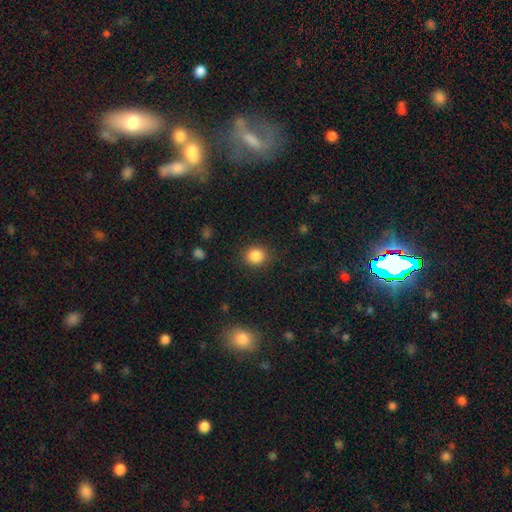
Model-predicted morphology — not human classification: smooth-or-featured: smooth: 86% | star or artifact: 10% | featured or disk: 4%
  how-rounded: round: 83% | in between: 16% | cigar-shaped: 1%
  merging: none: 87% | minor disturbance: 8% | major disturbance: 3% | merger: 1%